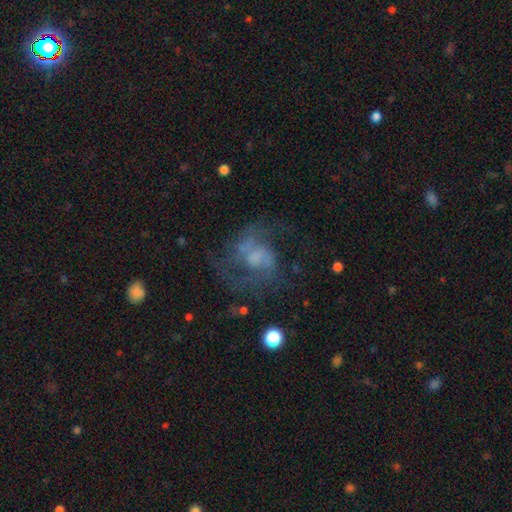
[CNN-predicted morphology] smooth_or_featured: featured or disk (p=0.67) [alt: smooth p=0.21]
disk_edge_on: no (p=0.98) [alt: yes p=0.02]
bar: no (p=0.64) [alt: weak p=0.30]
has_spiral_arms: yes (p=0.74) [alt: no p=0.26]
bulge_size: none (p=0.35) [alt: moderate p=0.28]
merging: none (p=0.47) [alt: major disturbance p=0.31]